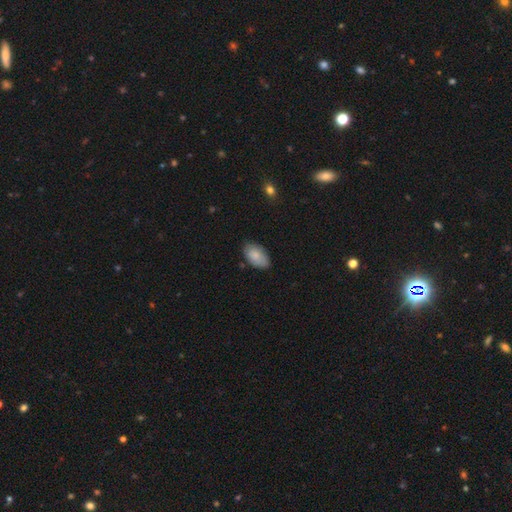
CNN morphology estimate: smooth-or-featured: smooth: 80% | featured or disk: 13% | star or artifact: 6%
  how-rounded: in between: 93% | round: 5% | cigar-shaped: 1%
  merging: none: 76% | minor disturbance: 19% | major disturbance: 3% | merger: 1%